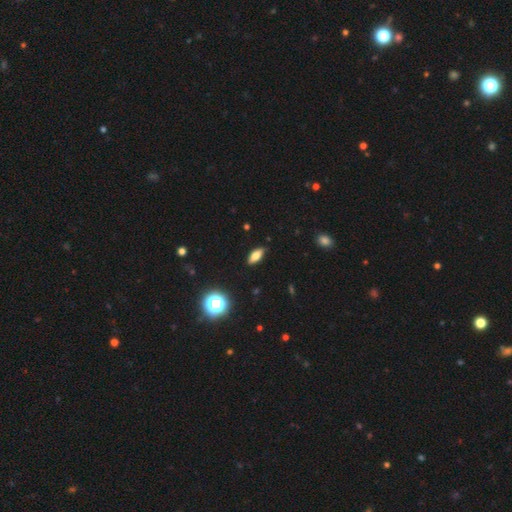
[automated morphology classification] Overall: smooth (67%). How rounded: in between (75%). Merging: none (86%).